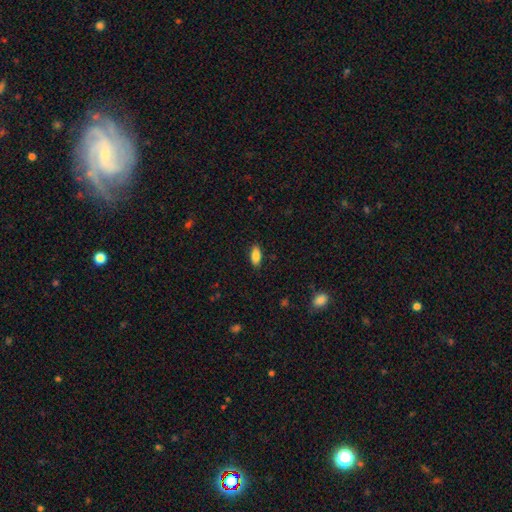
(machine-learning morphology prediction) This appears to be a smooth galaxy with no disk features (87%) that is in between round and cigar-shaped (85%). Merging: none (86%).